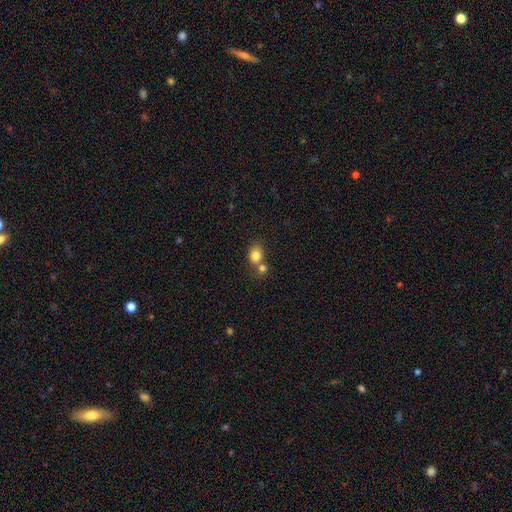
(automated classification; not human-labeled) A smooth galaxy with no disk features (81%) that is round (54%).

Vote fractions:
- Smooth or featured? smooth: 81% / star or artifact: 10% / featured or disk: 9%
- How rounded? round: 54% / in between: 44% / cigar-shaped: 1%
- Merging? merger: 44% / none: 43% / minor disturbance: 9% / major disturbance: 3%